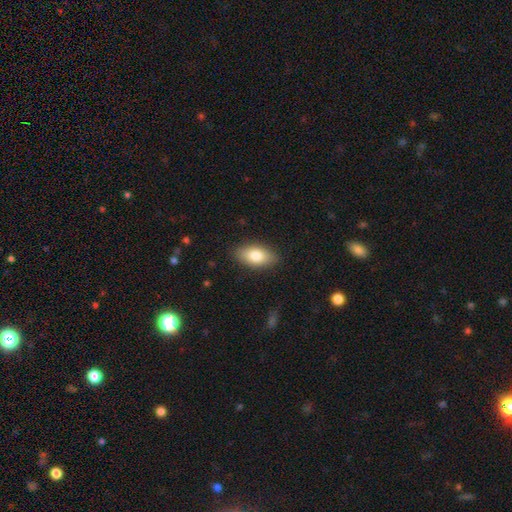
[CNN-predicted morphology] type=smooth (81%); roundness=in between (90%); merging=none (86%).